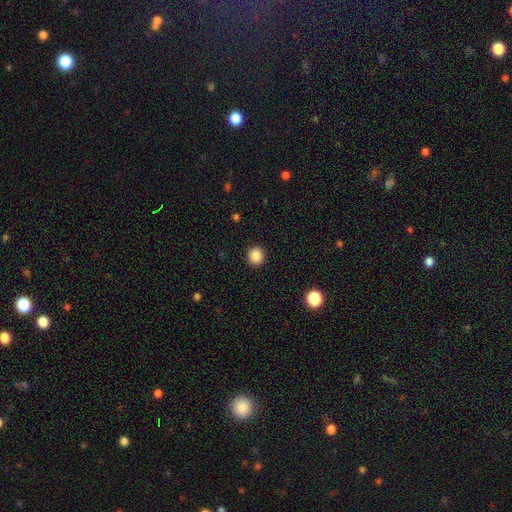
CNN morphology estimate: Overall: smooth (88%). How rounded: round (91%). Merging: none (92%).